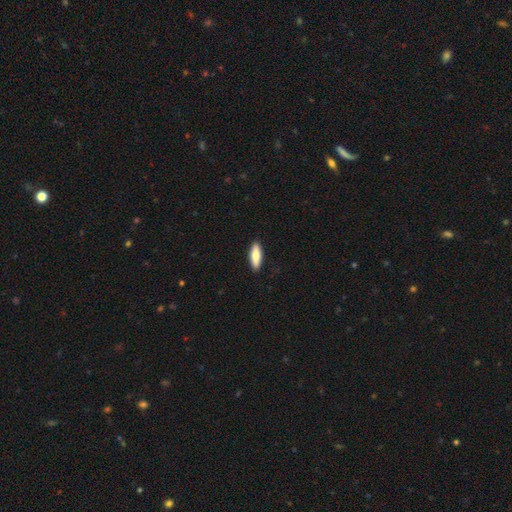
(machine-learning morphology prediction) type=smooth (75%); roundness=in between (49%, tied with cigar-shaped); merging=none (91%).